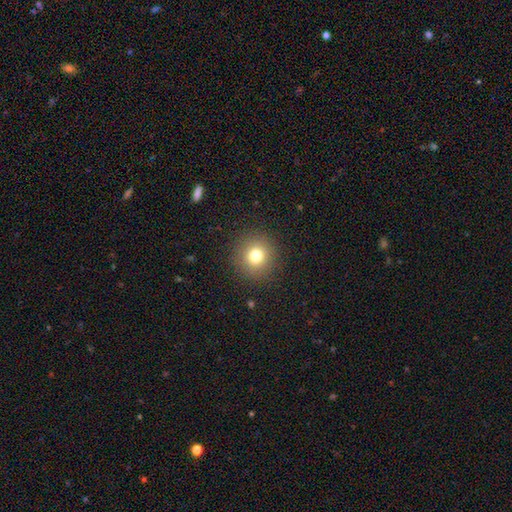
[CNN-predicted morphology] Smooth or featured? Predicted: smooth (p=0.77). How rounded? Predicted: round (p=0.94). Merging? Predicted: none (p=0.90).